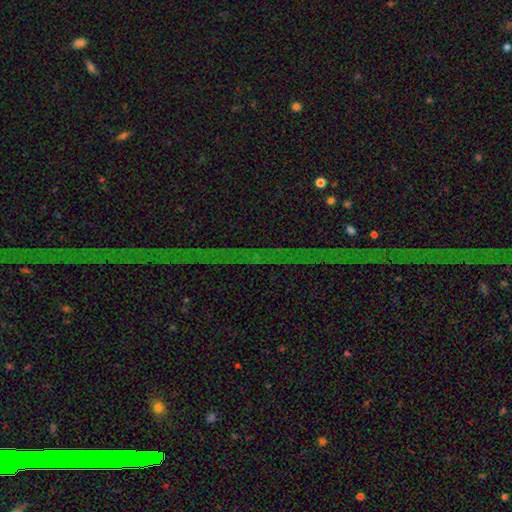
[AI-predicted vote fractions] Smooth or featured: star or artifact — 81% (featured or disk — 12%)